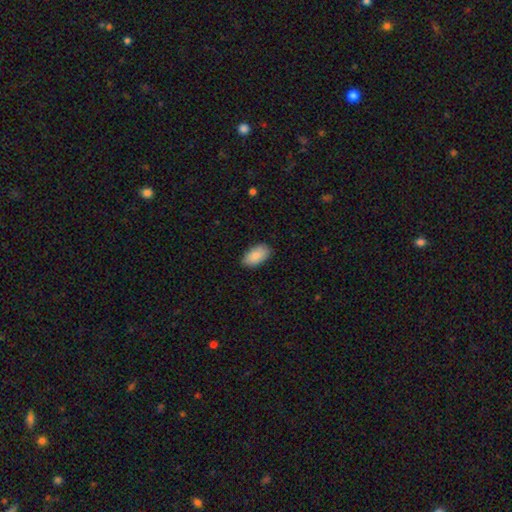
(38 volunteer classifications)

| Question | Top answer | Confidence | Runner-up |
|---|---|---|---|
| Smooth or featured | smooth | 84% | star or artifact (11%) |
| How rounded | in between | 94% | round (6%) |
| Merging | none | 85% | minor disturbance (12%) |